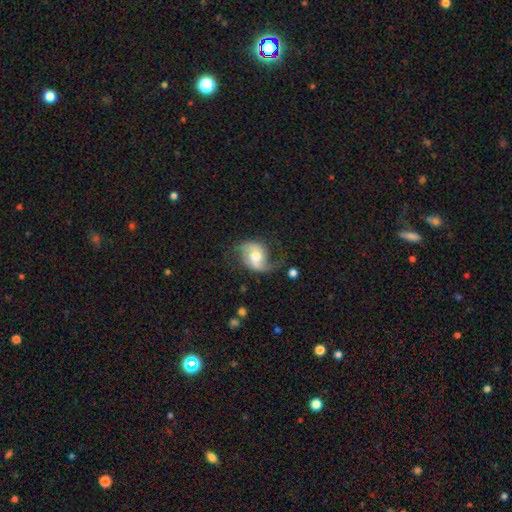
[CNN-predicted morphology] featured or disk 67%, smooth 26%, star or artifact 7%. Down the decision tree: edge-on disk — no (96%); bar — weak (43%); spiral arms — yes (89%); spiral arm count — 2 (77%); spiral winding — loose (60%); bulge size — moderate (64%); merging — none (51%).